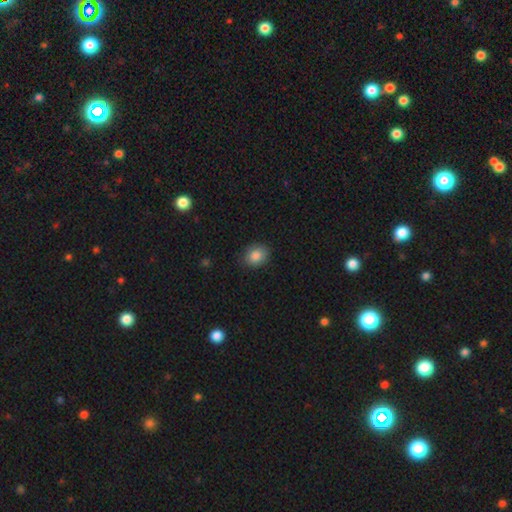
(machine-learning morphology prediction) Overall: smooth (86%). How rounded: in between (51%; round 48%). Merging: none (85%).